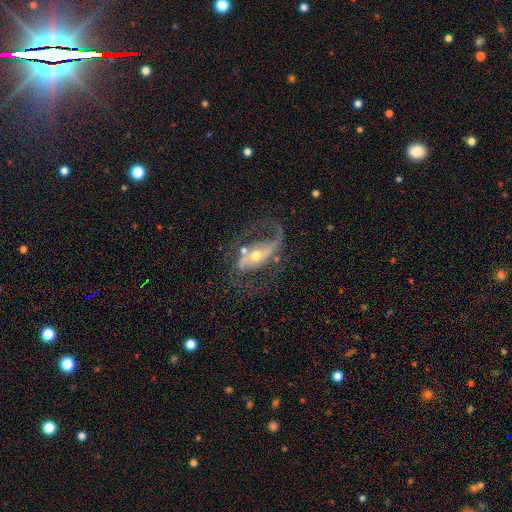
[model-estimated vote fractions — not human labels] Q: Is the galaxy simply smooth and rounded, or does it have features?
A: featured or disk — 88%.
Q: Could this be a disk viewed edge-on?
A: no — 95%.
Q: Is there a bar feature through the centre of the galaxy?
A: strong — 42%.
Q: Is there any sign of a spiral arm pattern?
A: yes — 93%.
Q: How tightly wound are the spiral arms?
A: loose — 47%.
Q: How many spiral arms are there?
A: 2 — 80%.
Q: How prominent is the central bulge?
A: moderate — 52%.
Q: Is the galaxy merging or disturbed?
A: none — 57%.